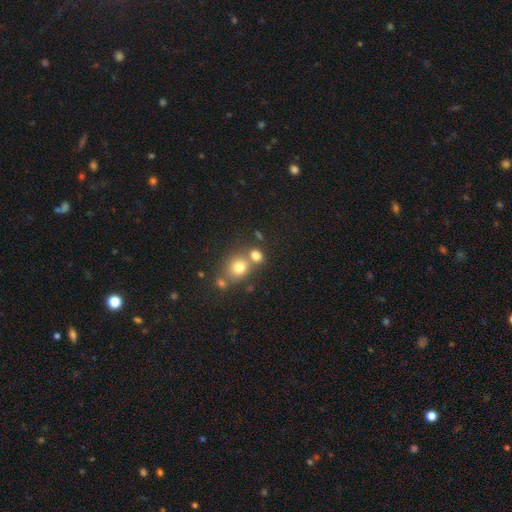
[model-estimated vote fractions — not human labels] A smooth galaxy with no disk features (76%) that is round (60%). Merging: none (49%).